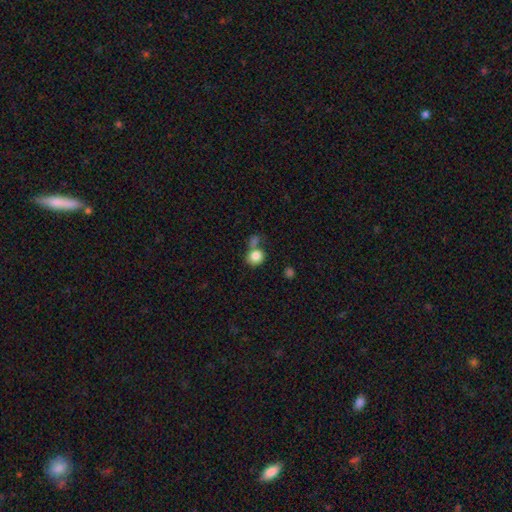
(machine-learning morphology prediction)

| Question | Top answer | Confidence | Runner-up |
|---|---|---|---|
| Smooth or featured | smooth | 83% | star or artifact (9%) |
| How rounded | round | 77% | in between (22%) |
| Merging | none | 51% | merger (31%) |